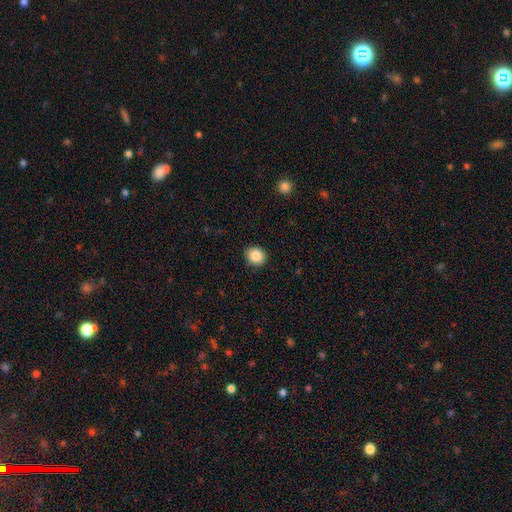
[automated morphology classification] The model was most divided on "how rounded": round: 79%, in between: 20%, cigar-shaped: 1%. More confident: merging — none (90%); smooth or featured — smooth (86%).